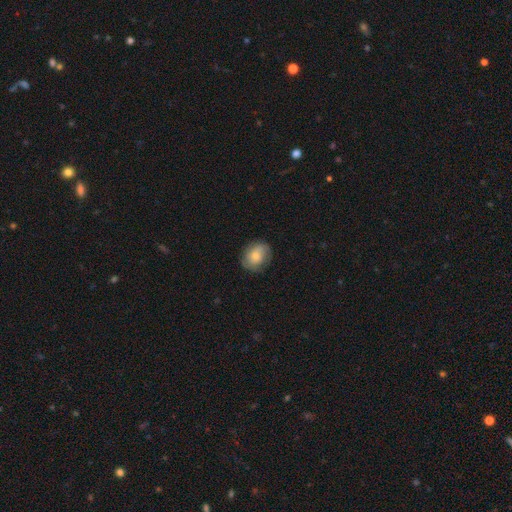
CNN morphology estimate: This is likely a smooth galaxy (62%). How rounded: possibly round (58%). Merging: likely none (75%).